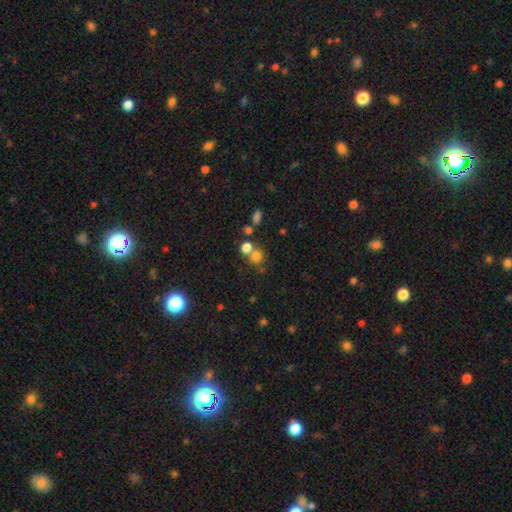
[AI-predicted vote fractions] Smooth or featured? smooth (74%)
How rounded? round (83%)
Merging? none (51%)